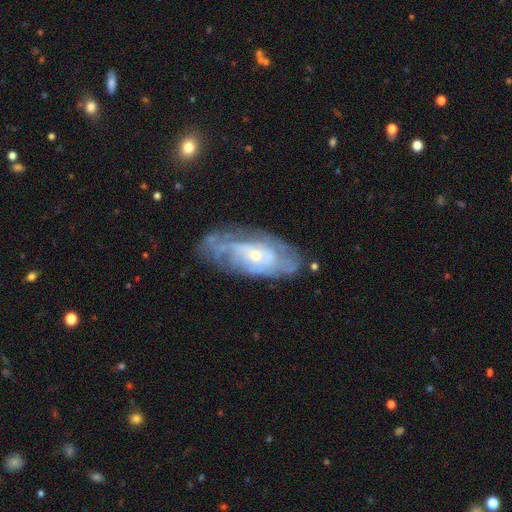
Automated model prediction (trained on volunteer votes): smooth-or-featured: featured or disk: 77% | smooth: 16% | star or artifact: 7%
  disk-edge-on: no: 91% | yes: 9%
    bar: no: 75% | weak: 20% | strong: 5%
    has-spiral-arms: yes: 80% | no: 20%
      spiral-winding: tight: 62% | medium: 28% | loose: 10%
      spiral-arm-count: can't tell: 55% | 2: 19% | 3: 10% | 4: 6% | 1: 5% | more than 4: 4%
    bulge-size: small: 67% | moderate: 30% | large: 2% | none: 1% | dominant: 1%
  merging: none: 64% | minor disturbance: 22% | major disturbance: 11% | merger: 2%